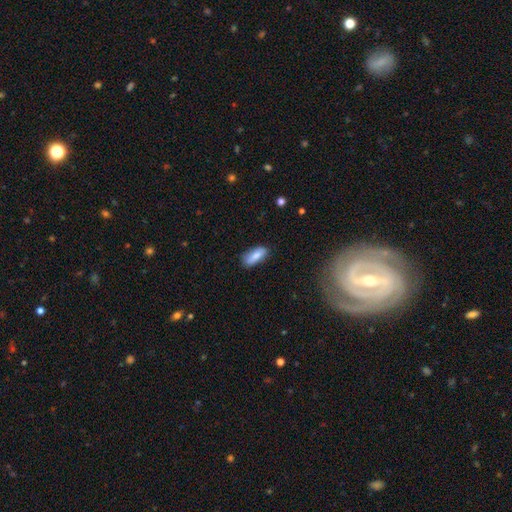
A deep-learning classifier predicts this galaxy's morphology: type=smooth (81%); roundness=in between (74%); merging=none (79%).